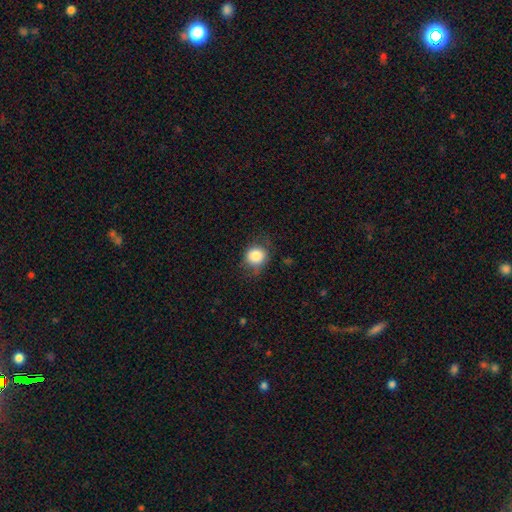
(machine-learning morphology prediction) A smooth galaxy with no disk features (83%) that is round (82%).

Vote fractions:
- Smooth or featured? smooth: 83% / star or artifact: 9% / featured or disk: 8%
- How rounded? round: 82% / in between: 17% / cigar-shaped: 1%
- Merging? none: 68% / minor disturbance: 23% / major disturbance: 8% / merger: 1%